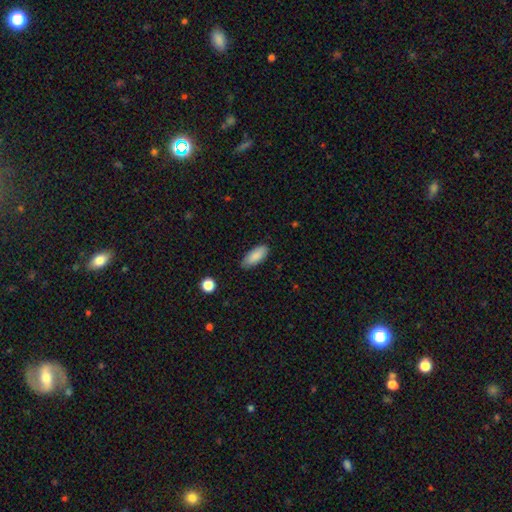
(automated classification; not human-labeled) The model was most divided on "merging": none: 83%, minor disturbance: 14%, major disturbance: 2%, merger: 1%. More confident: smooth or featured — smooth (87%); how rounded — in between (84%).